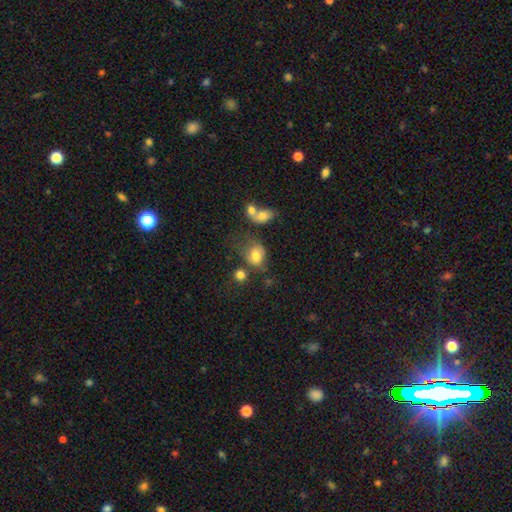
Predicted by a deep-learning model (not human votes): smooth-or-featured: smooth: 74% | featured or disk: 15% | star or artifact: 11%
  how-rounded: in between: 59% | round: 39% | cigar-shaped: 1%
  merging: none: 37% | minor disturbance: 25% | major disturbance: 19% | merger: 19%